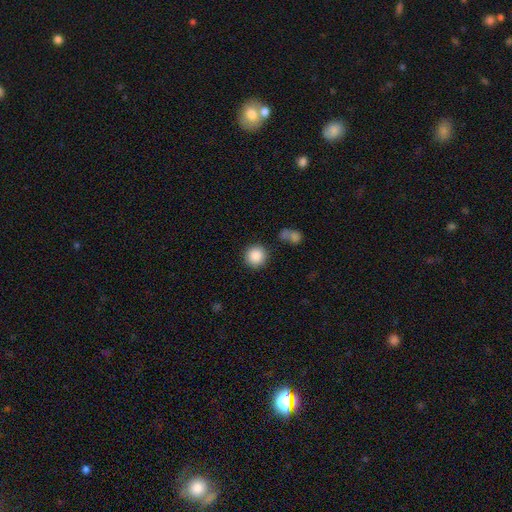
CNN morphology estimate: Smooth or featured: smooth — 88% (star or artifact — 9%)
How rounded: round — 94% (in between — 5%)
Merging: none — 85% (minor disturbance — 7%)